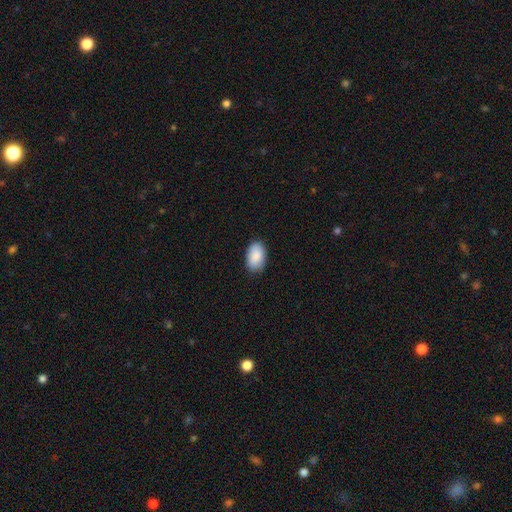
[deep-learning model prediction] Q: Smooth or featured?
A: smooth (90%); runner-up: star or artifact (6%)
Q: How rounded?
A: in between (92%); runner-up: round (7%)
Q: Merging?
A: none (84%); runner-up: minor disturbance (12%)